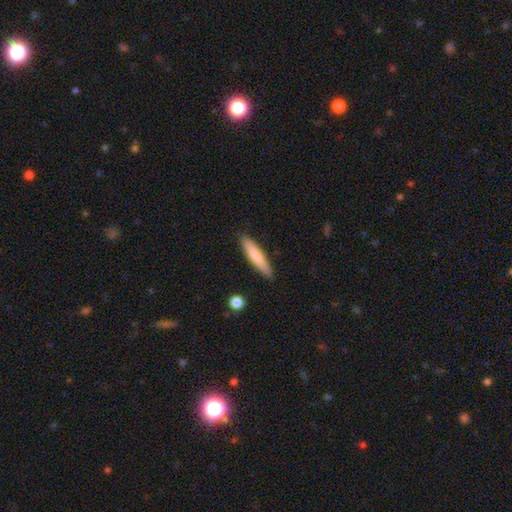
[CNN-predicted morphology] A smooth galaxy with no disk features (75%) that is cigar-shaped (87%).

Vote fractions:
- Smooth or featured? smooth: 75% / featured or disk: 19% / star or artifact: 6%
- How rounded? cigar-shaped: 87% / in between: 12% / round: 1%
- Merging? none: 88% / minor disturbance: 9% / major disturbance: 2% / merger: 1%